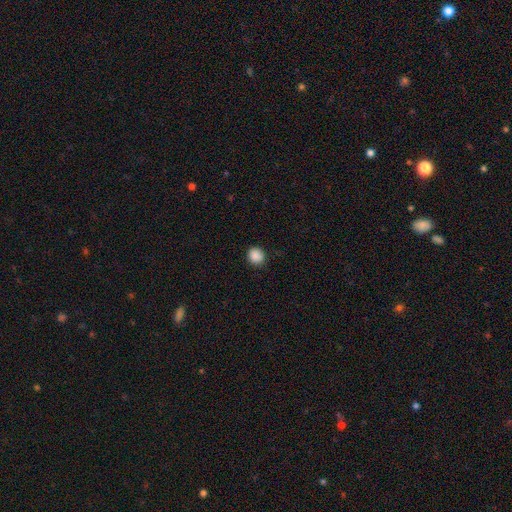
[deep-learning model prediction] A smooth galaxy with no disk features (88%) that is round (83%).

Vote fractions:
- Smooth or featured? smooth: 88% / star or artifact: 9% / featured or disk: 3%
- How rounded? round: 83% / in between: 16% / cigar-shaped: 1%
- Merging? none: 86% / minor disturbance: 10% / major disturbance: 3% / merger: 1%